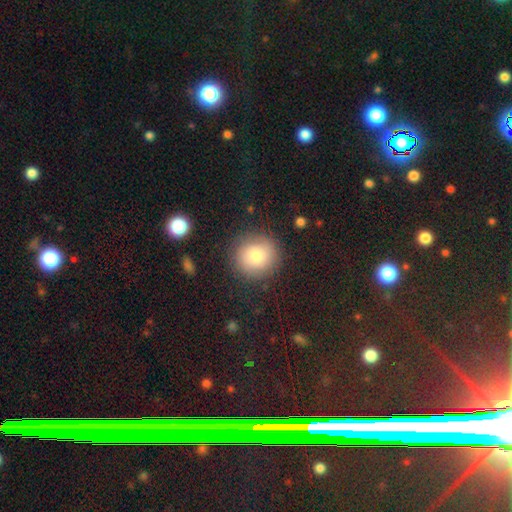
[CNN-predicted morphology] This is likely a smooth galaxy (77%). How rounded: clearly round (90%). Merging: clearly none (85%).